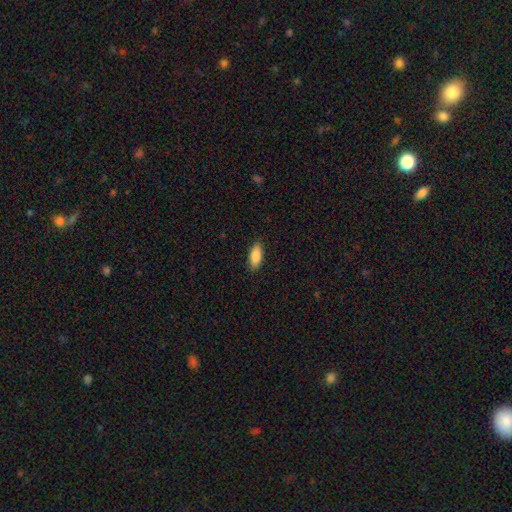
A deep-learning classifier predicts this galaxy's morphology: Smooth or featured?
  - smooth: 87% *
  - featured or disk: 7%
  - star or artifact: 6%
How rounded?
  - in between: 85% *
  - cigar-shaped: 13%
  - round: 2%
Merging?
  - none: 88% *
  - minor disturbance: 9%
  - major disturbance: 2%
  - merger: 1%